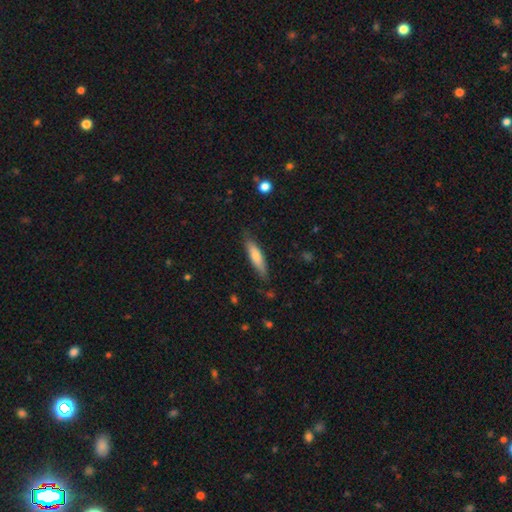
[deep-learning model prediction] Smooth or featured? Predicted: smooth (p=0.66). How rounded? Predicted: cigar-shaped (p=0.78). Merging? Predicted: none (p=0.80).